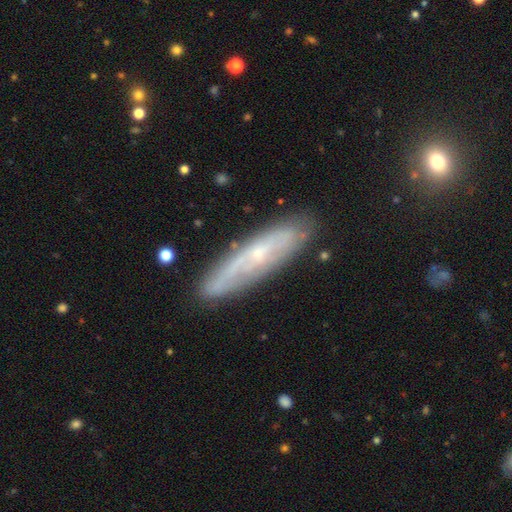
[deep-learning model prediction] featured or disk 62%, smooth 30%, star or artifact 7%. Down the decision tree: edge-on disk — no (55%); merging — none (79%).